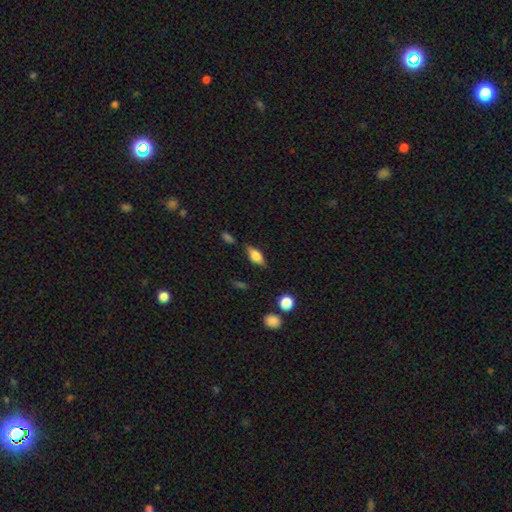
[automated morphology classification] A smooth galaxy with no disk features (60%) that is in between round and cigar-shaped (78%). Merging: none (73%).